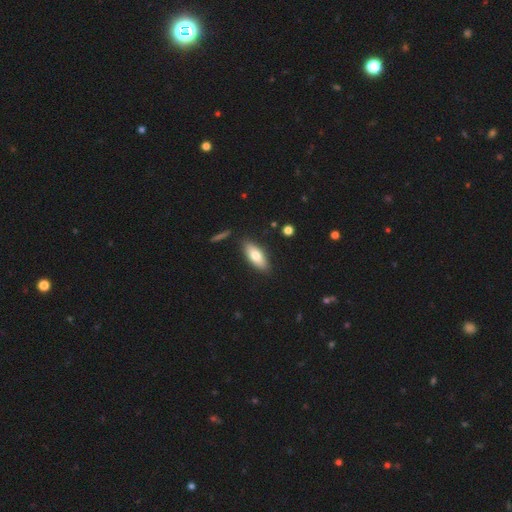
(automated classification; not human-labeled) A smooth galaxy with no disk features (74%) that is in between round and cigar-shaped (72%).

Vote fractions:
- Smooth or featured? smooth: 74% / featured or disk: 20% / star or artifact: 6%
- How rounded? in between: 72% / cigar-shaped: 25% / round: 2%
- Merging? none: 86% / minor disturbance: 10% / merger: 2% / major disturbance: 2%